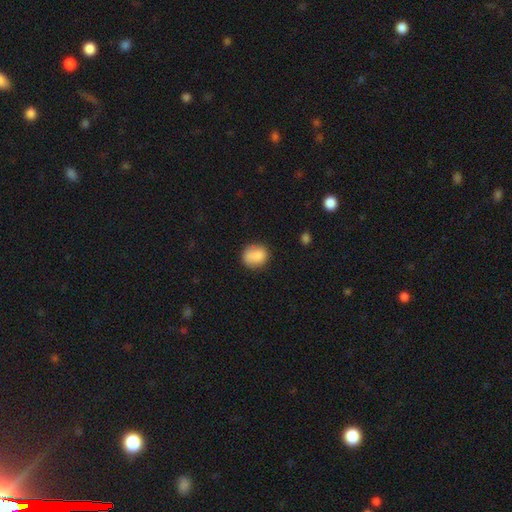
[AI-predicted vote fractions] smooth_or_featured: smooth (p=0.83) [alt: featured or disk p=0.08]
how_rounded: round (p=0.68) [alt: in between p=0.30]
merging: none (p=0.68) [alt: minor disturbance p=0.21]